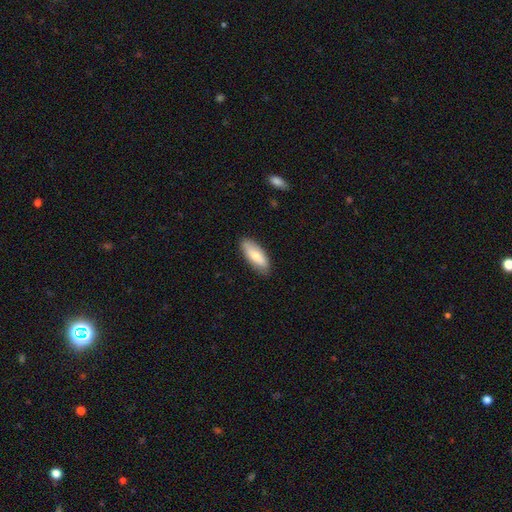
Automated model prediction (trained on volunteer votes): Q: Smooth or featured?
A: smooth (69%); runner-up: featured or disk (25%)
Q: How rounded?
A: in between (76%); runner-up: cigar-shaped (21%)
Q: Merging?
A: none (85%); runner-up: minor disturbance (12%)